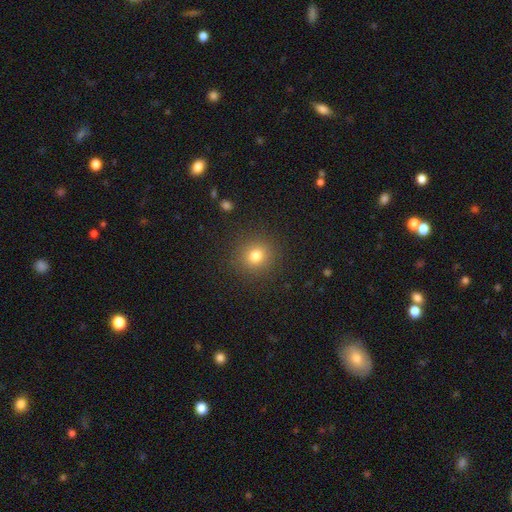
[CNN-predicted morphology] A smooth galaxy with no disk features (79%) that is round (91%).

Vote fractions:
- Smooth or featured? smooth: 79% / star or artifact: 14% / featured or disk: 7%
- How rounded? round: 91% / in between: 9% / cigar-shaped: 1%
- Merging? none: 90% / minor disturbance: 6% / major disturbance: 3% / merger: 1%